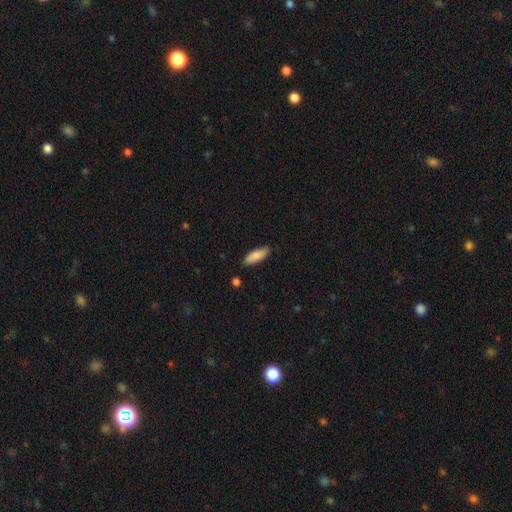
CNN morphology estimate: A smooth galaxy with no disk features (85%) that is in between round and cigar-shaped (62%).

Vote fractions:
- Smooth or featured? smooth: 85% / featured or disk: 9% / star or artifact: 6%
- How rounded? in between: 62% / cigar-shaped: 37% / round: 2%
- Merging? none: 84% / minor disturbance: 12% / major disturbance: 2% / merger: 2%